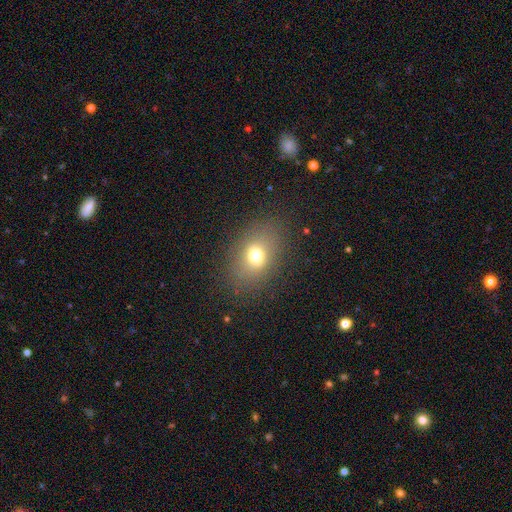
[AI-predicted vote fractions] Morphology: type=smooth (70%); roundness=in between (66%); merging=none (83%).